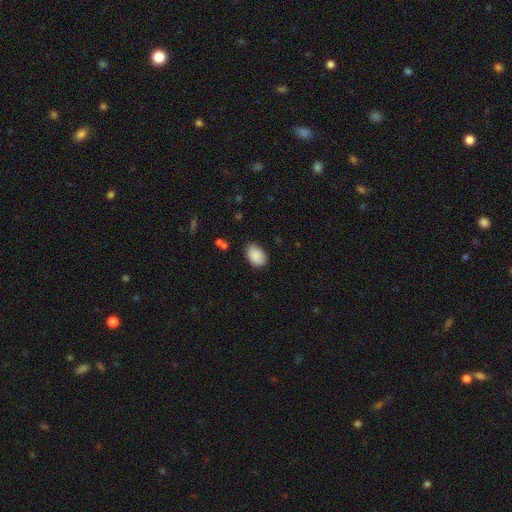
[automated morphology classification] A smooth galaxy with no disk features (89%) that is in between round and cigar-shaped (89%).

Vote fractions:
- Smooth or featured? smooth: 89% / star or artifact: 7% / featured or disk: 4%
- How rounded? in between: 89% / round: 10% / cigar-shaped: 1%
- Merging? none: 79% / minor disturbance: 16% / major disturbance: 3% / merger: 2%